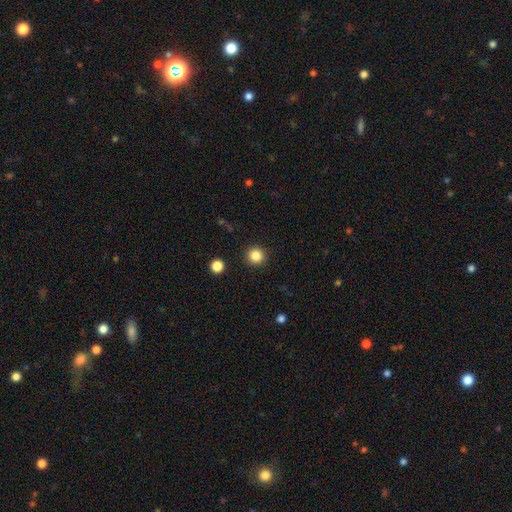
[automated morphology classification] Smooth or featured?
  - smooth: 84% *
  - star or artifact: 12%
  - featured or disk: 4%
How rounded?
  - round: 95% *
  - in between: 4%
  - cigar-shaped: 1%
Merging?
  - none: 92% *
  - minor disturbance: 5%
  - major disturbance: 2%
  - merger: 1%